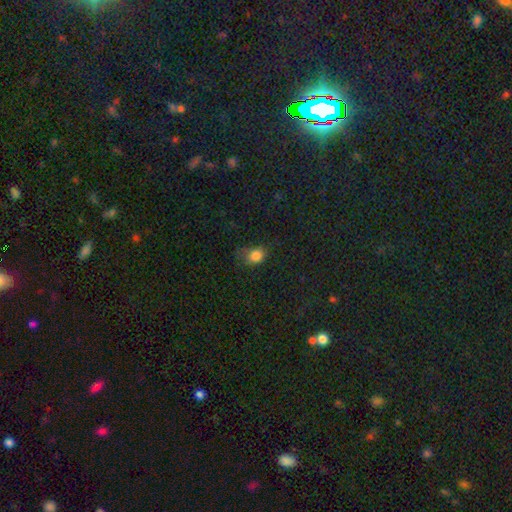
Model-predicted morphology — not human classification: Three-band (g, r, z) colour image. It shows a smooth galaxy with no disk features (82%) that is round (51%). Merging: none (52%).